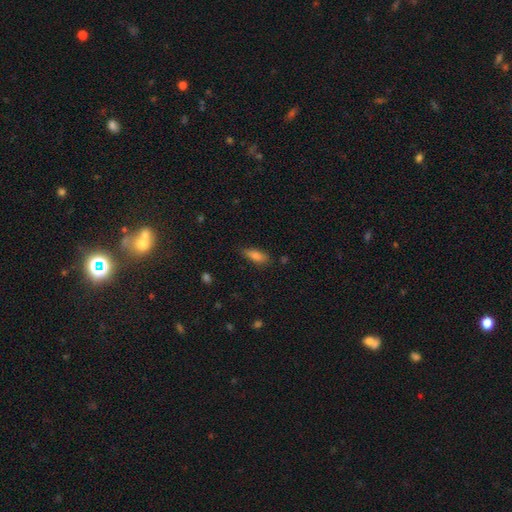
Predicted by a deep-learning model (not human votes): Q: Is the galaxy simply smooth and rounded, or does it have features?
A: smooth — 79%.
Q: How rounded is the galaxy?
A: in between — 60%.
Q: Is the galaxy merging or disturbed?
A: none — 74%.